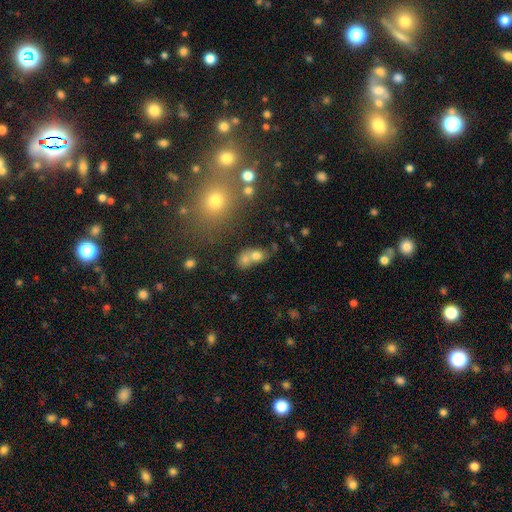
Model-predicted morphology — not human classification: smooth_or_featured: smooth (p=0.71) [alt: featured or disk p=0.16]
how_rounded: in between (p=0.54) [alt: round p=0.44]
merging: merger (p=0.62) [alt: none p=0.25]